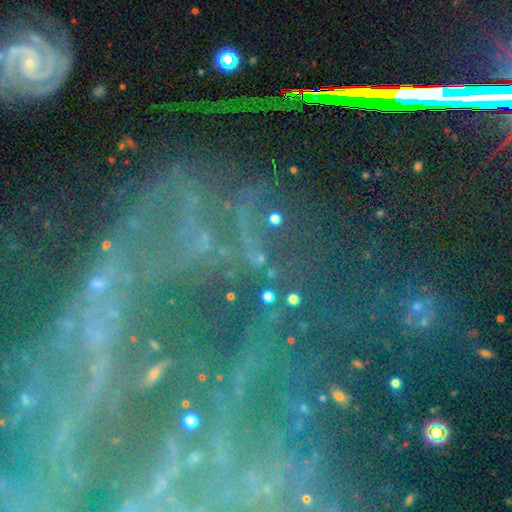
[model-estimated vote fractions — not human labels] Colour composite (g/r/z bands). It shows a star or artifact, not a galaxy (68%).